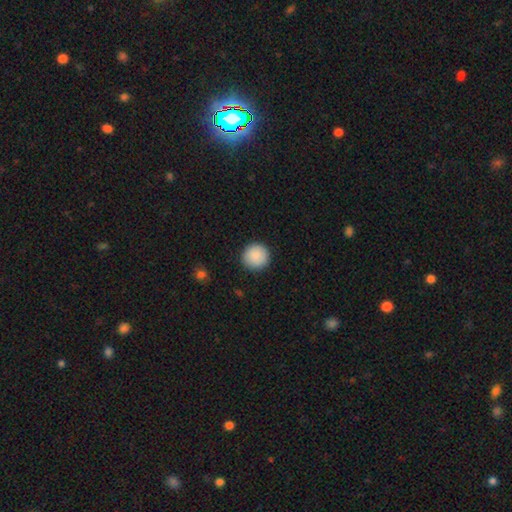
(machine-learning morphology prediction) A smooth galaxy with no disk features (89%) that is round (95%). Merging: none (91%).